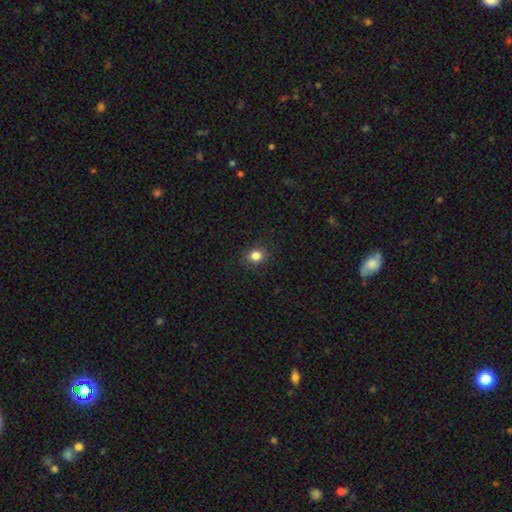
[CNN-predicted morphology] Q: Smooth or featured?
A: smooth (84%); runner-up: star or artifact (12%)
Q: How rounded?
A: round (73%); runner-up: in between (26%)
Q: Merging?
A: none (89%); runner-up: minor disturbance (8%)